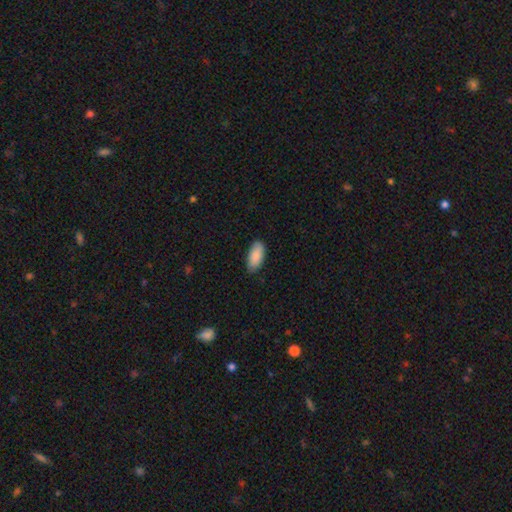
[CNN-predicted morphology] Overall: smooth (88%). How rounded: in between (90%). Merging: none (82%).